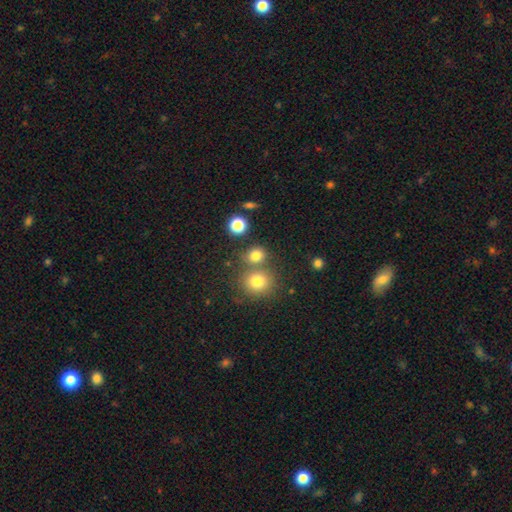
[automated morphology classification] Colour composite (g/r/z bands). It shows a smooth galaxy with no disk features (77%) that is round (79%). Merging: none (62%).